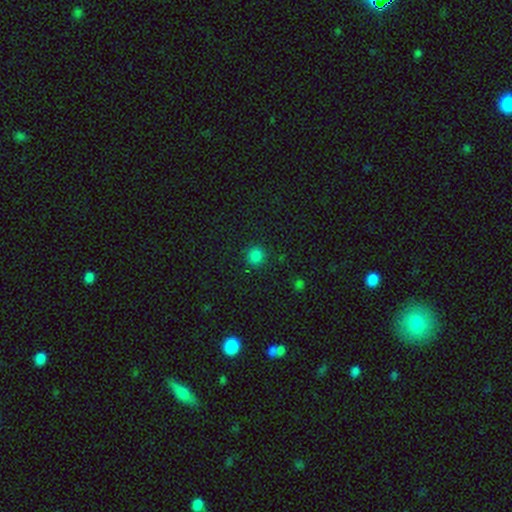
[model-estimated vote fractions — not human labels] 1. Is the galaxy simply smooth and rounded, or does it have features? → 82% smooth, 15% star or artifact, 3% featured or disk.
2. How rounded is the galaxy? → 90% round, 9% in between, 1% cigar-shaped.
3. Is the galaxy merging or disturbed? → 89% none, 7% minor disturbance, 3% major disturbance, 1% merger.